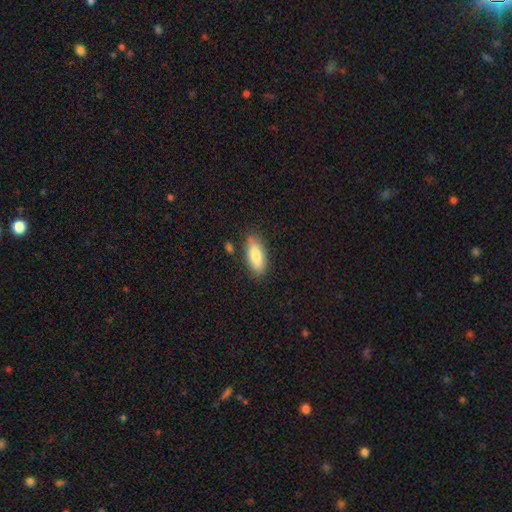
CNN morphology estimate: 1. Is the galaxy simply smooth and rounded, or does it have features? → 82% smooth, 11% featured or disk, 6% star or artifact.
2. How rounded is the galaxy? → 80% in between, 18% cigar-shaped, 2% round.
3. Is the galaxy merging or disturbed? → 82% none, 13% minor disturbance, 3% merger, 3% major disturbance.